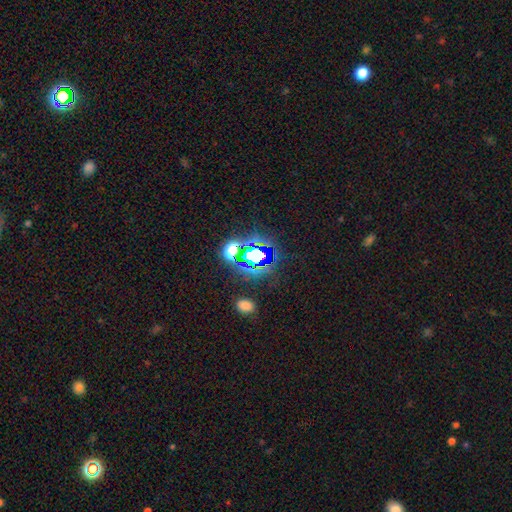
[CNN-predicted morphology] The model was most divided on "smooth or featured": star or artifact: 66%, smooth: 22%, featured or disk: 12%.